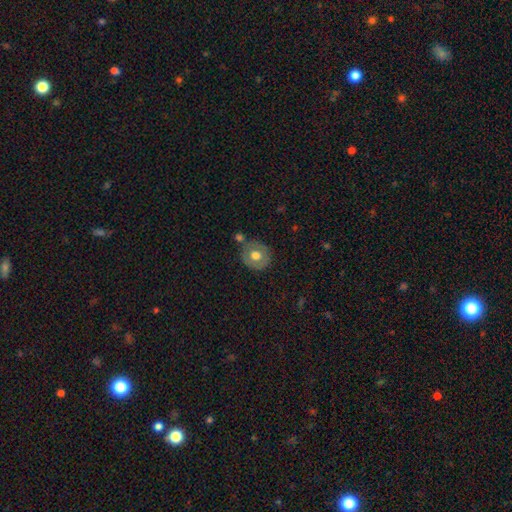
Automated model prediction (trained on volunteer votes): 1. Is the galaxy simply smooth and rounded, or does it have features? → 61% smooth, 31% featured or disk, 8% star or artifact.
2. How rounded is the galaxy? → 83% round, 16% in between, 1% cigar-shaped.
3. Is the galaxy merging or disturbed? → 70% none, 15% minor disturbance, 11% merger, 5% major disturbance.